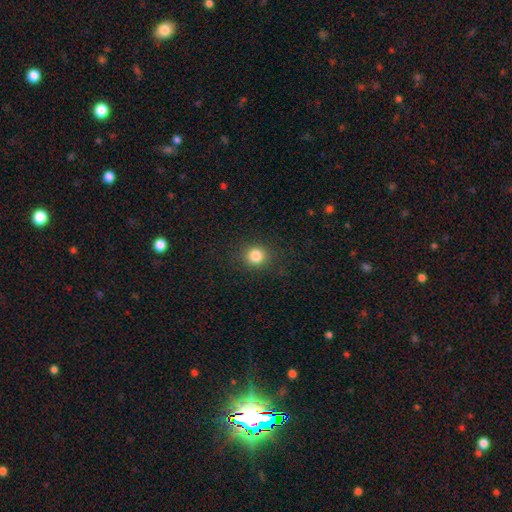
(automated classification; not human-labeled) smooth-or-featured: smooth: 83% | star or artifact: 12% | featured or disk: 5%
  how-rounded: round: 86% | in between: 13% | cigar-shaped: 1%
  merging: none: 88% | minor disturbance: 8% | major disturbance: 3% | merger: 1%